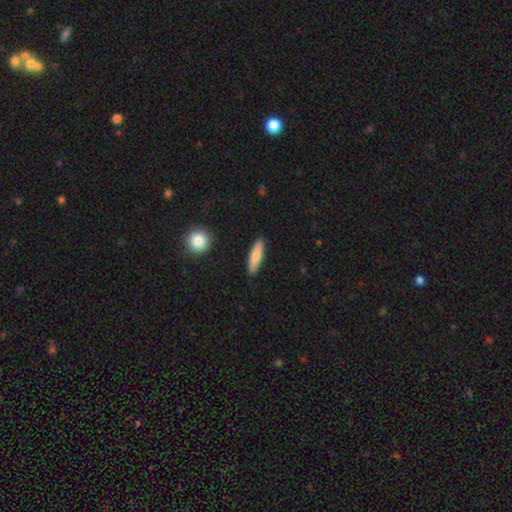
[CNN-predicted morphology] type=smooth (78%); roundness=cigar-shaped (66%); merging=none (88%).